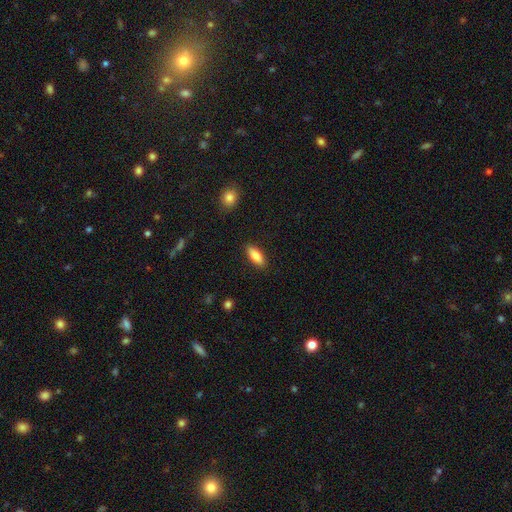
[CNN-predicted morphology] Overall: smooth (82%). How rounded: in between (74%). Merging: none (88%).